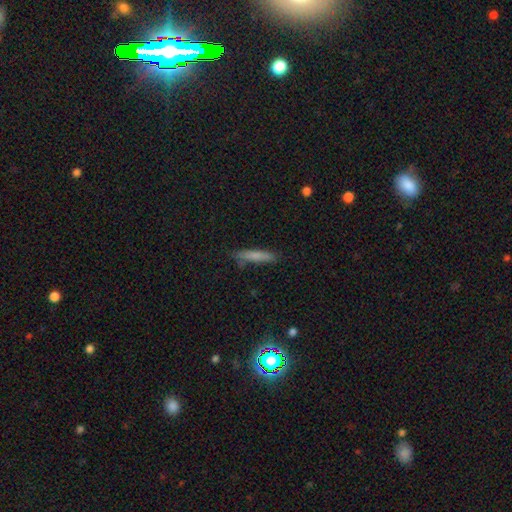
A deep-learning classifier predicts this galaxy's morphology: The model was most divided on "smooth or featured": smooth: 75%, featured or disk: 17%, star or artifact: 8%. More confident: how rounded — cigar-shaped (90%); merging — none (81%).